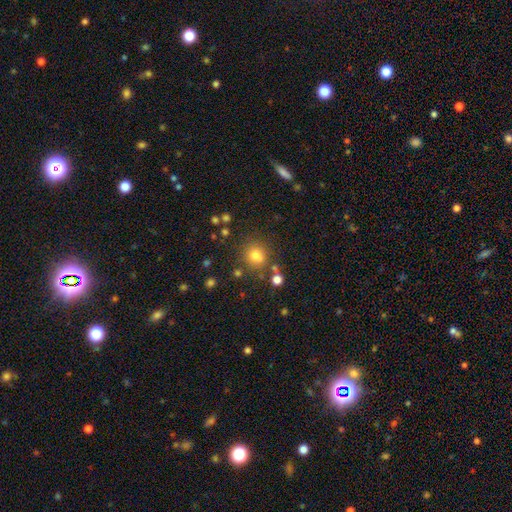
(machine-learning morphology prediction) A smooth galaxy with no disk features (78%) that is round (83%).

Vote fractions:
- Smooth or featured? smooth: 78% / star or artifact: 15% / featured or disk: 7%
- How rounded? round: 83% / in between: 16% / cigar-shaped: 1%
- Merging? none: 78% / minor disturbance: 11% / merger: 7% / major disturbance: 4%